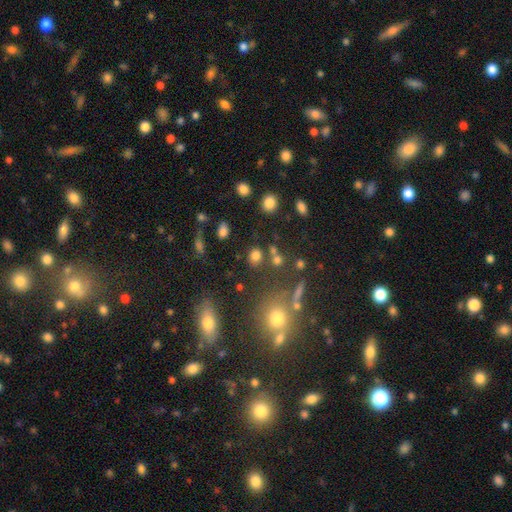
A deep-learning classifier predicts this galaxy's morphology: Q: Smooth or featured?
A: smooth (75%); runner-up: star or artifact (18%)
Q: How rounded?
A: round (67%); runner-up: in between (32%)
Q: Merging?
A: none (70%); runner-up: merger (14%)